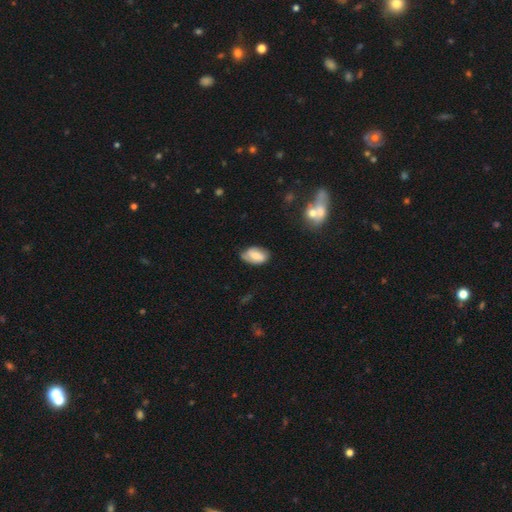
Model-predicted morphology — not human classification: Smooth or featured? Predicted: smooth (p=0.58). How rounded? Predicted: in between (p=0.92). Merging? Predicted: none (p=0.65).